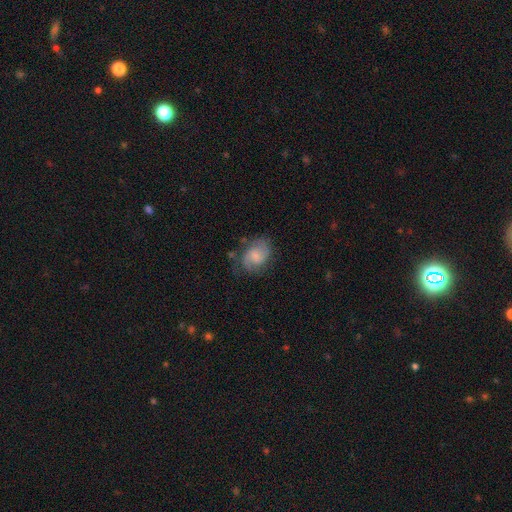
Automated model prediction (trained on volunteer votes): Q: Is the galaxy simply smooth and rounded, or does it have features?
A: featured or disk — 52%.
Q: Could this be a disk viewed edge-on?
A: no — 97%.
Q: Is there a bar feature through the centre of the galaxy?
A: no — 52%.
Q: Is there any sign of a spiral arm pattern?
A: yes — 87%.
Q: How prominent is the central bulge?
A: small — 52%.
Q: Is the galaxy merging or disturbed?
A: none — 61%.